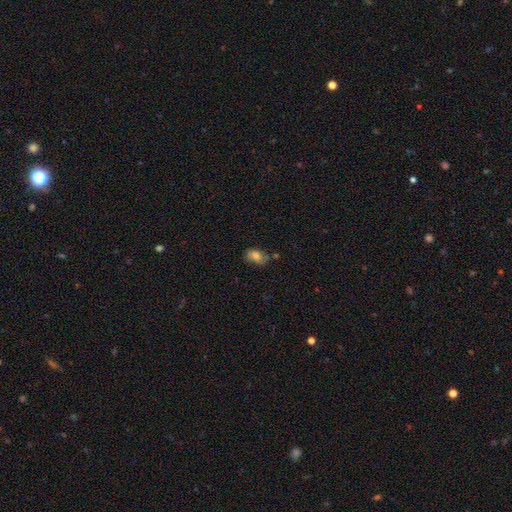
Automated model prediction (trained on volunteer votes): The model was most divided on "merging": none: 57%, minor disturbance: 27%, major disturbance: 8%, merger: 8%. More confident: how rounded — in between (83%); smooth or featured — smooth (70%).